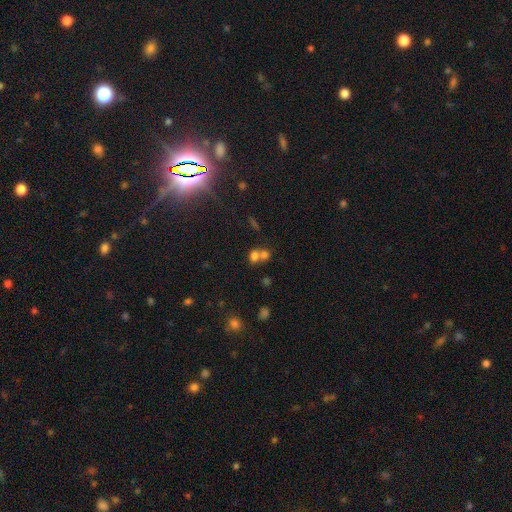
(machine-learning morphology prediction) The model was most divided on "merging": merger: 58%, none: 32%, minor disturbance: 6%, major disturbance: 3%. More confident: smooth or featured — smooth (69%); how rounded — round (65%).